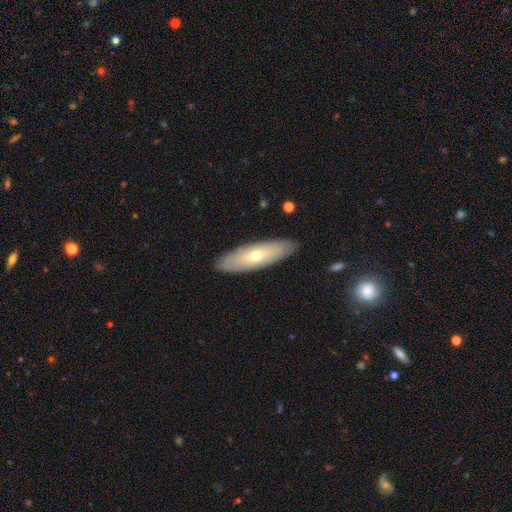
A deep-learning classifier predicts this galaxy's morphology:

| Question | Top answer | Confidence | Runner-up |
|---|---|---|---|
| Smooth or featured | smooth | 52% | featured or disk (41%) |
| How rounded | cigar-shaped | 52% | in between (45%) |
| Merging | none | 88% | minor disturbance (8%) |